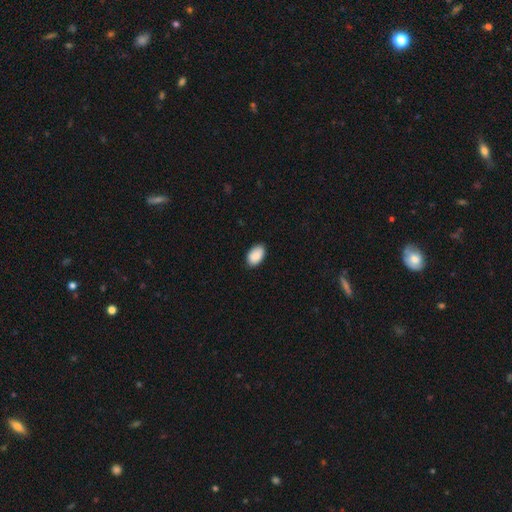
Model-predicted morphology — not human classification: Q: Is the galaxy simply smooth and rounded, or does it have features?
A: smooth — 89%.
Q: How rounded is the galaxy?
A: in between — 93%.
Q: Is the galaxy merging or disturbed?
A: none — 82%.